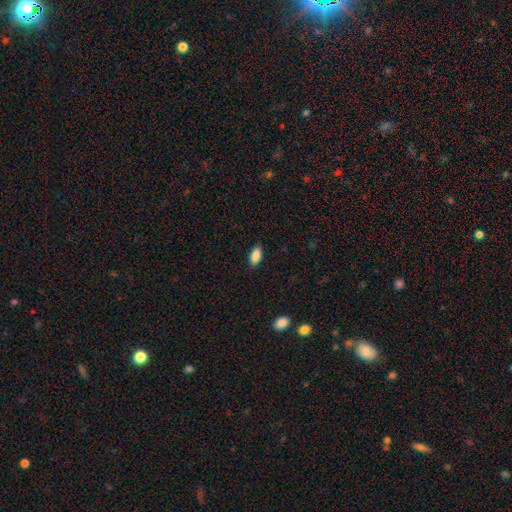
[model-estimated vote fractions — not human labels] The model was most divided on "merging": none: 87%, minor disturbance: 10%, major disturbance: 2%, merger: 1%. More confident: how rounded — in between (89%); smooth or featured — smooth (88%).